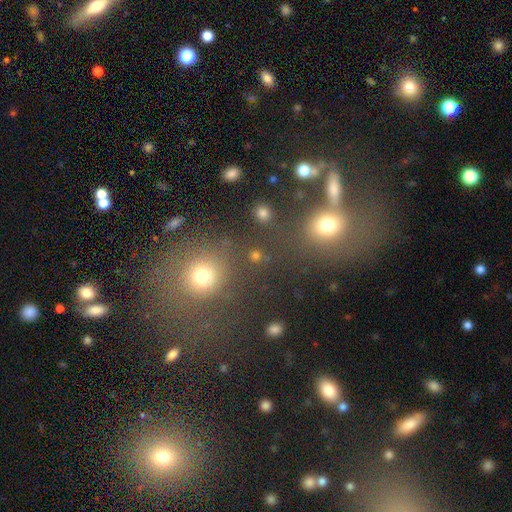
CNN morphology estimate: This is likely a smooth galaxy (69%). How rounded: clearly round (84%). Merging: likely none (75%).